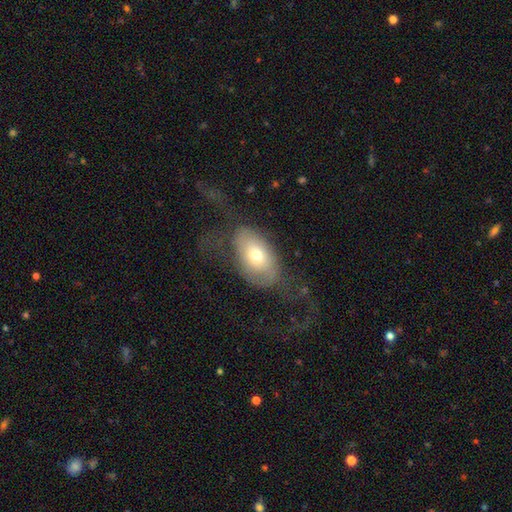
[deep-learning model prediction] smooth_or_featured: smooth (p=0.55) [alt: featured or disk p=0.37]
how_rounded: in between (p=0.89) [alt: round p=0.09]
merging: major disturbance (p=0.44) [alt: none p=0.35]